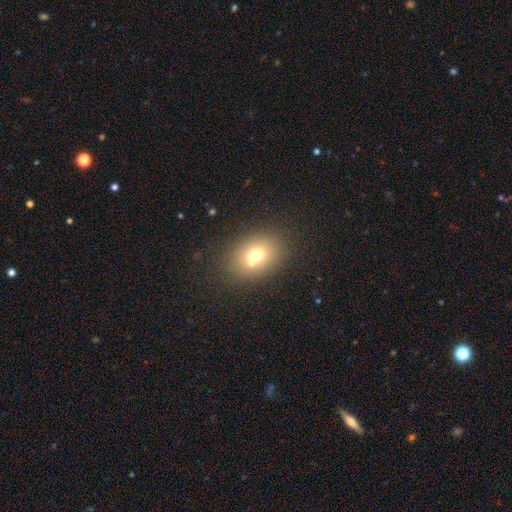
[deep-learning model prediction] A smooth galaxy with no disk features (68%) that is in between round and cigar-shaped (61%).

Vote fractions:
- Smooth or featured? smooth: 68% / featured or disk: 20% / star or artifact: 13%
- How rounded? in between: 61% / round: 38% / cigar-shaped: 1%
- Merging? none: 57% / merger: 28% / minor disturbance: 11% / major disturbance: 4%